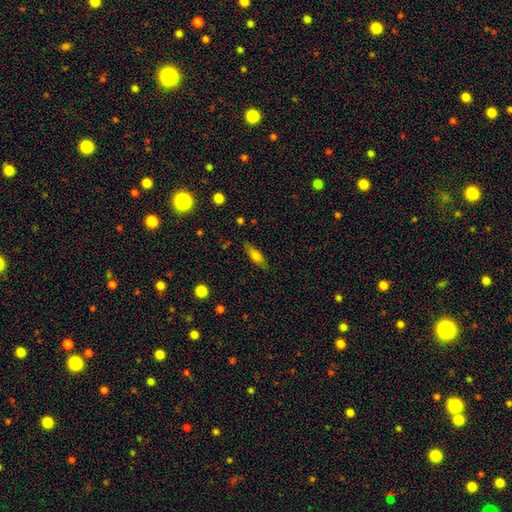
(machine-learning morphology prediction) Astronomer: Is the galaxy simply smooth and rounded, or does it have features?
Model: smooth — 67%.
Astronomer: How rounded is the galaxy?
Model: in between — 53% (runner-up: cigar-shaped, 44%).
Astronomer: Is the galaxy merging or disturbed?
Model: none — 81%.